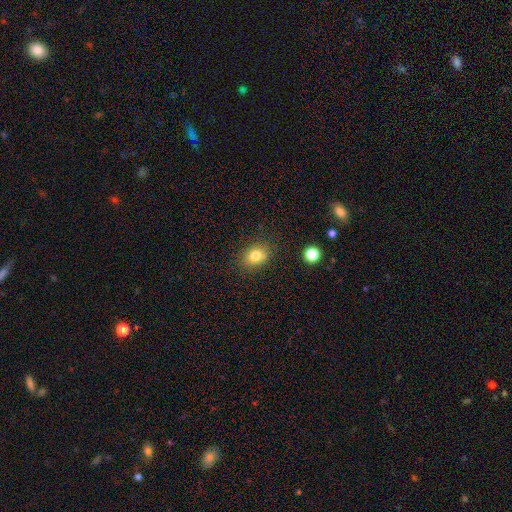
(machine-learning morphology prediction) A smooth galaxy with no disk features (79%) that is in between round and cigar-shaped (63%).

Vote fractions:
- Smooth or featured? smooth: 79% / star or artifact: 11% / featured or disk: 10%
- How rounded? in between: 63% / round: 36% / cigar-shaped: 1%
- Merging? none: 81% / minor disturbance: 13% / major disturbance: 3% / merger: 3%